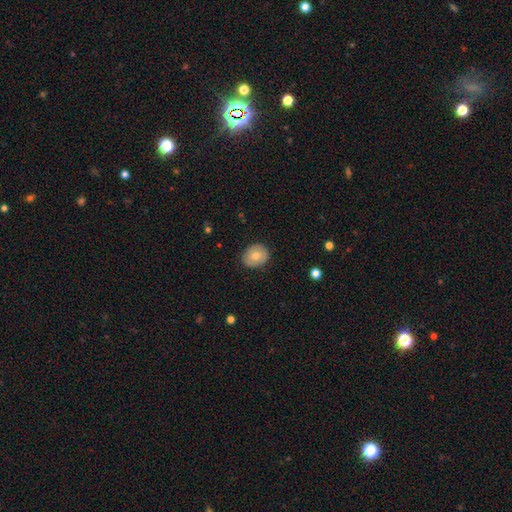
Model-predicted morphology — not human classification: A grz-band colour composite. It shows a smooth galaxy with no disk features (71%) that is round (57%). Merging: none (84%).